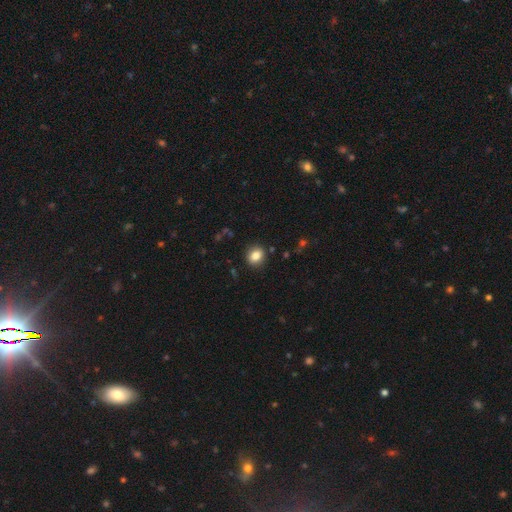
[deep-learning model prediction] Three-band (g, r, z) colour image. It shows a smooth galaxy with no disk features (83%) that is round (68%). Merging: none (89%).